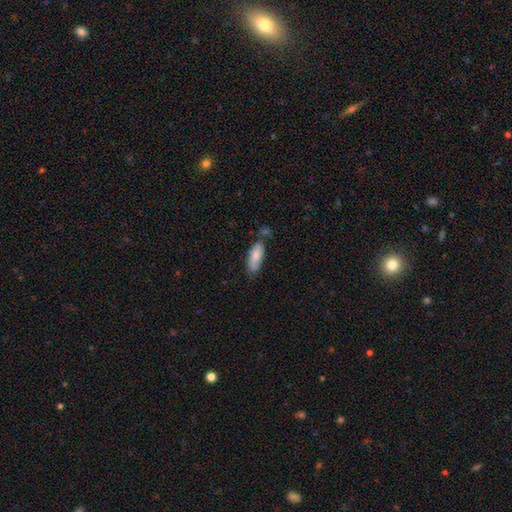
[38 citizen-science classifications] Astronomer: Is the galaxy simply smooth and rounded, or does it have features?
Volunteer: smooth — 74%.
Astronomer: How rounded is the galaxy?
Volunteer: in between — 61% (runner-up: cigar-shaped, 39%).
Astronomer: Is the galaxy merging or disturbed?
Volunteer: none — 47% (runner-up: minor disturbance, 28%).